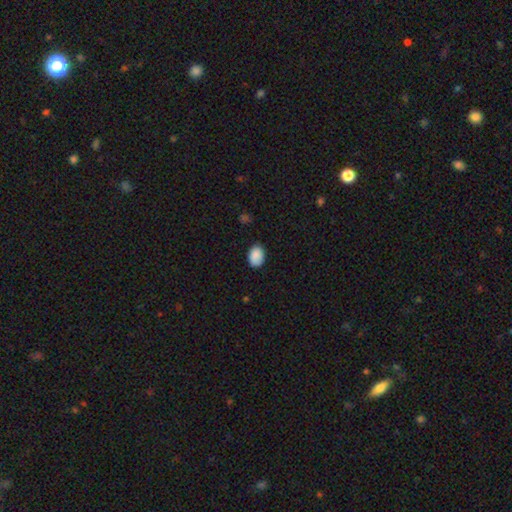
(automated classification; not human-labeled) Smooth or featured: smooth — 89% (star or artifact — 7%)
How rounded: in between — 79% (round — 20%)
Merging: none — 81% (minor disturbance — 15%)